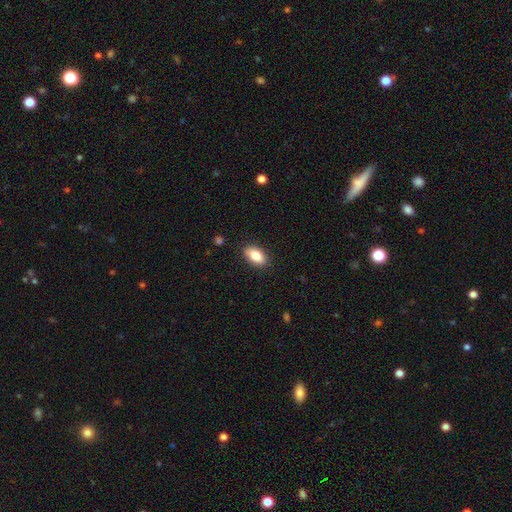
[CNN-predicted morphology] A smooth galaxy with no disk features (86%) that is in between round and cigar-shaped (92%).

Vote fractions:
- Smooth or featured? smooth: 86% / star or artifact: 7% / featured or disk: 7%
- How rounded? in between: 92% / round: 5% / cigar-shaped: 4%
- Merging? none: 87% / minor disturbance: 9% / major disturbance: 2% / merger: 1%